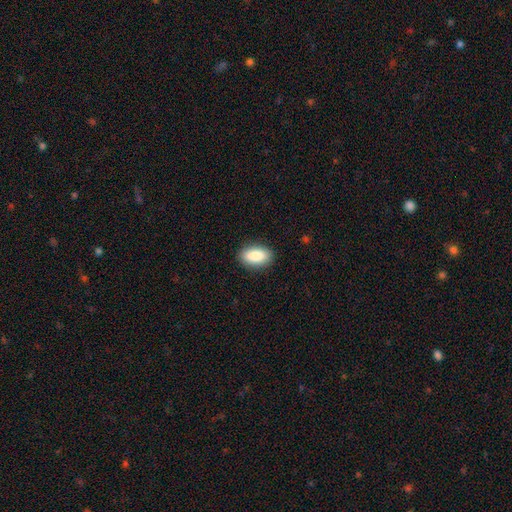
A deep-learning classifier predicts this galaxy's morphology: This appears to be a smooth galaxy with no disk features (87%) that is in between round and cigar-shaped (92%). Merging: none (89%).